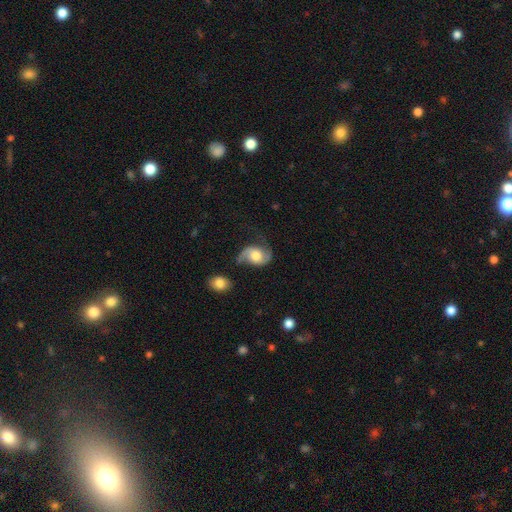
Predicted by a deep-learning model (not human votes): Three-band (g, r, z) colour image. It shows a featured or disk galaxy (75%) with no bar (67%), 2 (88%) loose (50%) spiral arms (94%) and a moderate central bulge (56%). Merging: none (55%).